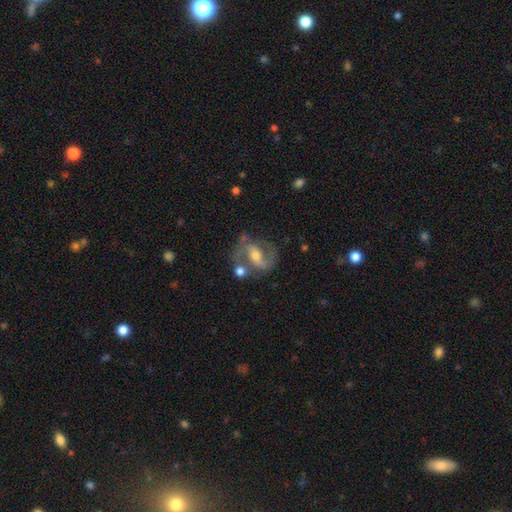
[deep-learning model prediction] Smooth or featured? Predicted: featured or disk (p=0.84). Edge-on disk? Predicted: no (p=0.97). Bar? Predicted: strong (p=0.43). Spiral arms? Predicted: yes (p=0.93). Spiral winding? Predicted: medium (p=0.57). Spiral arm count? Predicted: 2 (p=0.88). Bulge size? Predicted: moderate (p=0.56). Merging? Predicted: none (p=0.63).